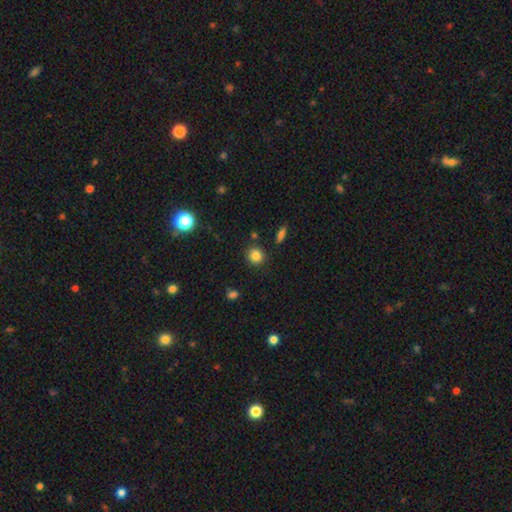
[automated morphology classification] Overall: smooth (83%). How rounded: round (87%). Merging: none (87%).